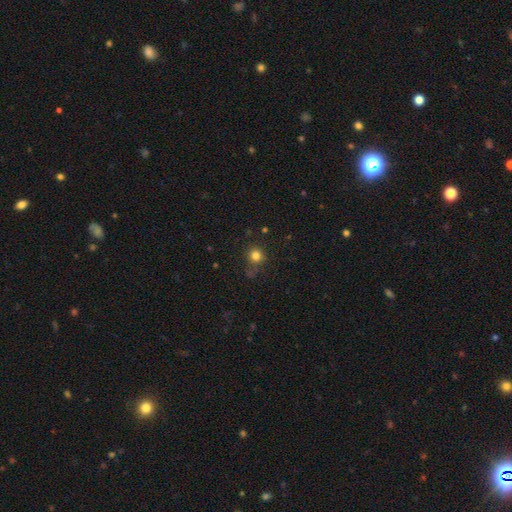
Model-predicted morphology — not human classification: Smooth or featured: smooth — 81% (star or artifact — 14%)
How rounded: round — 92% (in between — 7%)
Merging: none — 79% (minor disturbance — 11%)